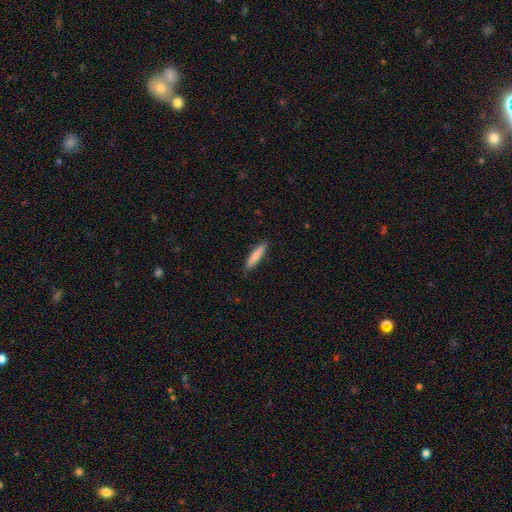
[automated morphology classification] This is clearly a smooth galaxy (81%). How rounded: clearly cigar-shaped (86%). Merging: clearly none (87%).